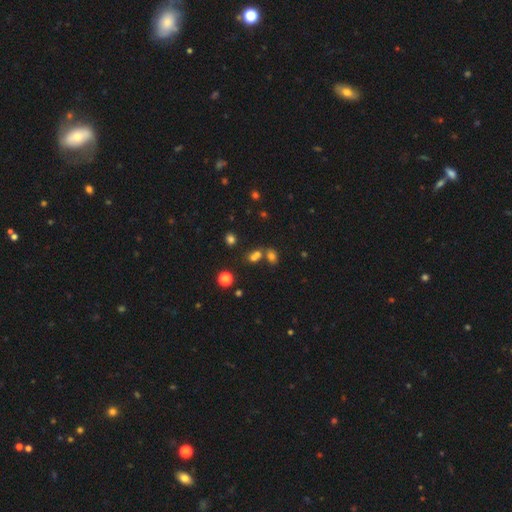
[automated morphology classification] type=smooth (66%); roundness=in between (63%); merging=none (48%).